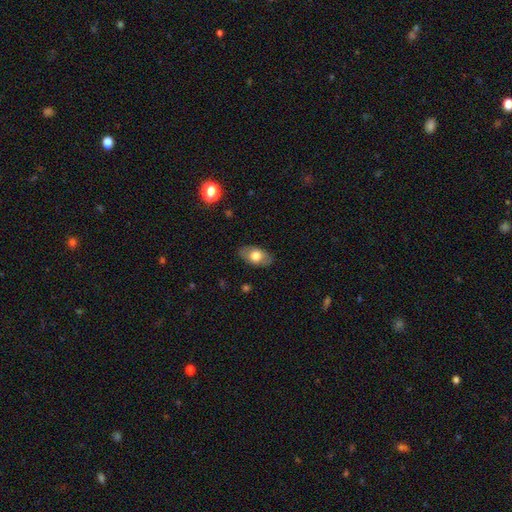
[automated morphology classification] Smooth or featured? smooth (68%)
How rounded? in between (90%)
Merging? none (83%)